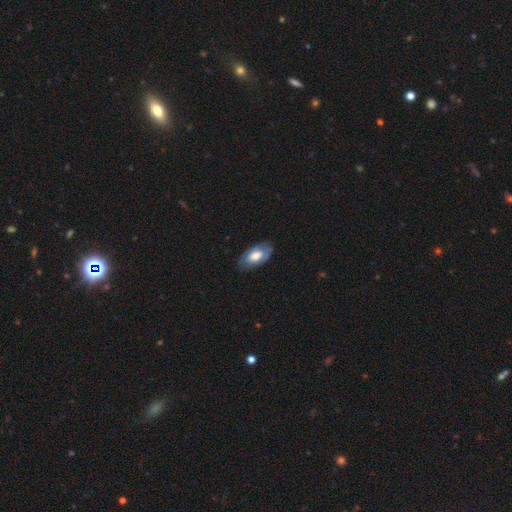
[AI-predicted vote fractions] smooth_or_featured: smooth (p=0.59) [alt: featured or disk p=0.35]
how_rounded: in between (p=0.94) [alt: round p=0.03]
merging: none (p=0.80) [alt: minor disturbance p=0.15]